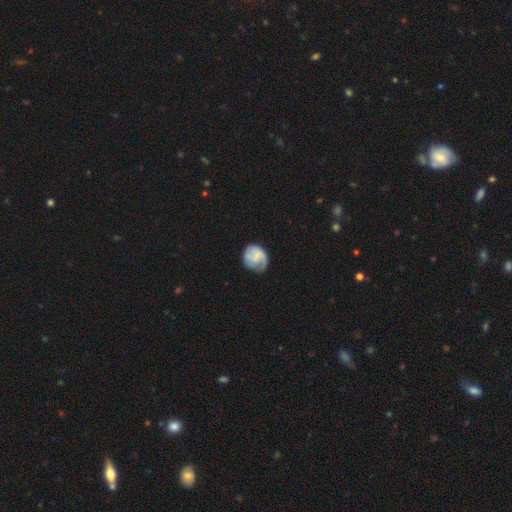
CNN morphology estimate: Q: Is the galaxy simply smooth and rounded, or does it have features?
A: smooth — 50%.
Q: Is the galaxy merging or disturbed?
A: none — 54%.